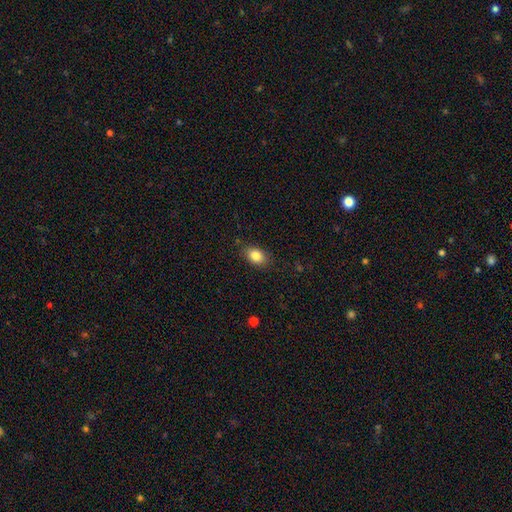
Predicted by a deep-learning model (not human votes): smooth 84%, star or artifact 8%, featured or disk 7%. Down the decision tree: how rounded — in between (82%); merging — none (84%).